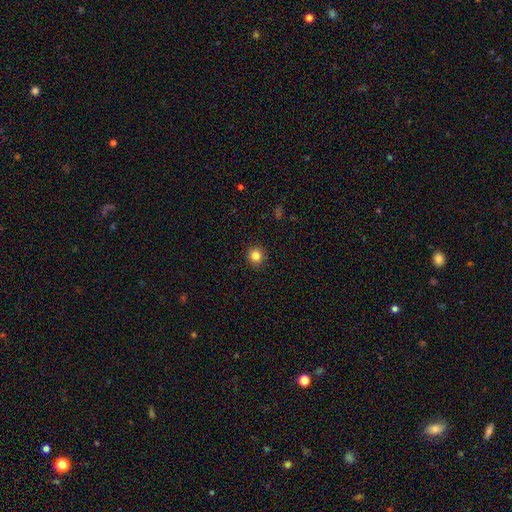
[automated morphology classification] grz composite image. It shows a smooth galaxy with no disk features (83%) that is round (94%). Merging: none (92%).